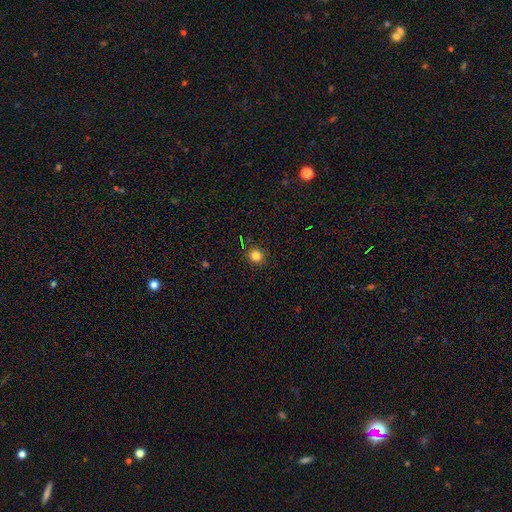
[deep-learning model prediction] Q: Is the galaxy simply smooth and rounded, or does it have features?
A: smooth — 82%.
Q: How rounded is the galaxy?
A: round — 93%.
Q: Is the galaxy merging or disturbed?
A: none — 92%.